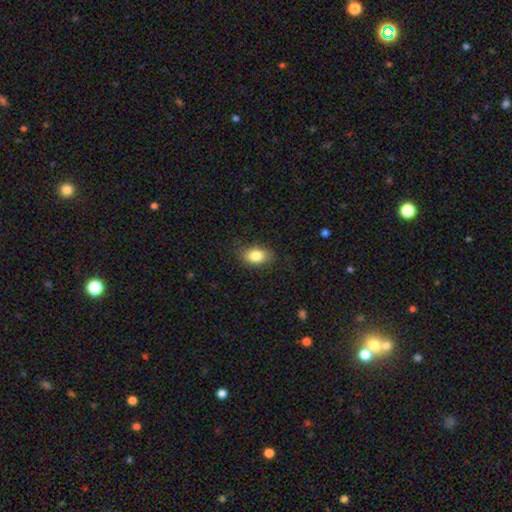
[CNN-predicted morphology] Q: Smooth or featured?
A: smooth (83%); runner-up: featured or disk (9%)
Q: How rounded?
A: in between (84%); runner-up: round (14%)
Q: Merging?
A: none (82%); runner-up: minor disturbance (14%)